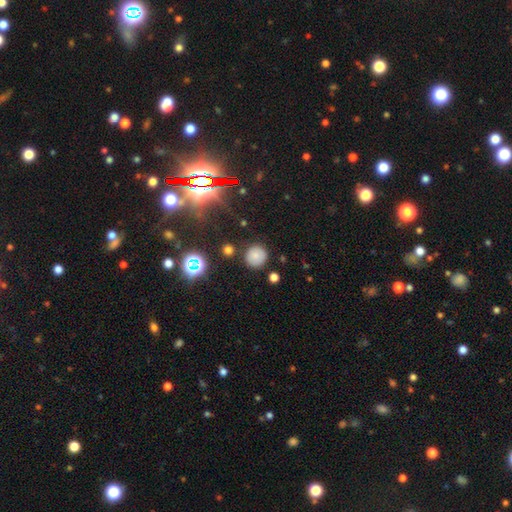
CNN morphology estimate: A smooth galaxy with no disk features (76%) that is round (92%).

Vote fractions:
- Smooth or featured? smooth: 76% / star or artifact: 15% / featured or disk: 9%
- How rounded? round: 92% / in between: 7% / cigar-shaped: 1%
- Merging? none: 86% / minor disturbance: 9% / major disturbance: 3% / merger: 2%